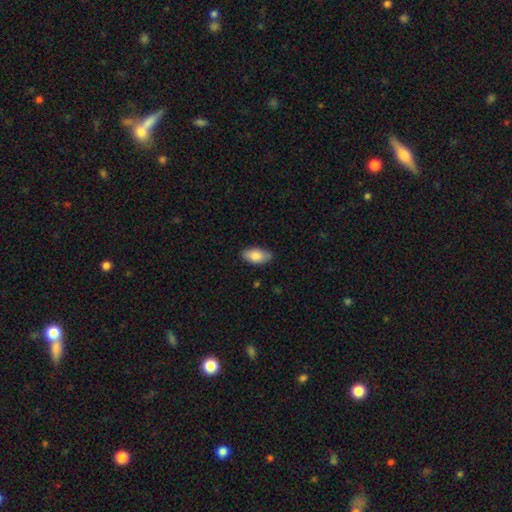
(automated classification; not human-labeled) Q: Smooth or featured?
A: smooth (85%); runner-up: featured or disk (9%)
Q: How rounded?
A: in between (93%); runner-up: cigar-shaped (4%)
Q: Merging?
A: none (80%); runner-up: minor disturbance (17%)